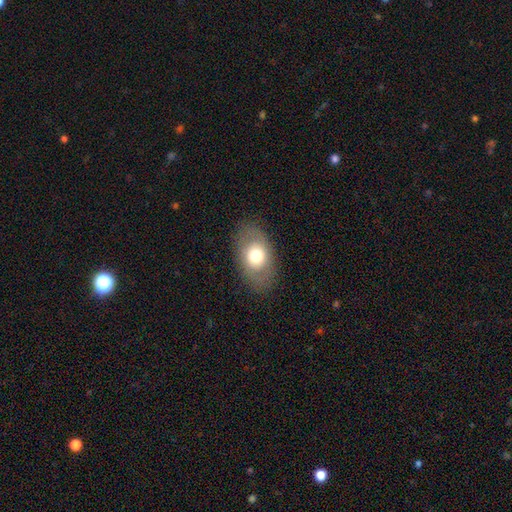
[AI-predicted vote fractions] Smooth or featured? Predicted: smooth (p=0.64). How rounded? Predicted: in between (p=0.83). Merging? Predicted: none (p=0.82).